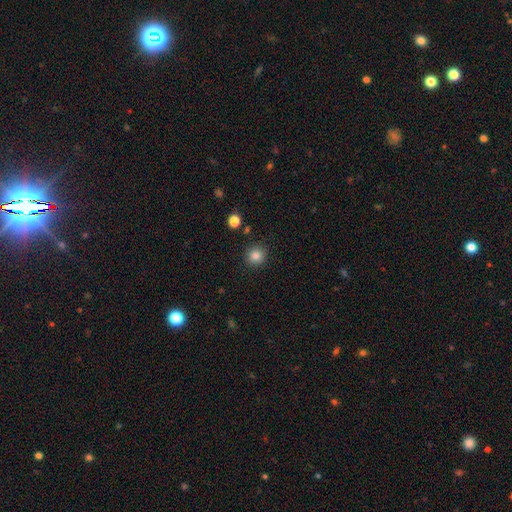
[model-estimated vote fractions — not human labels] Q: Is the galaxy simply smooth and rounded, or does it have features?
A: smooth — 85%.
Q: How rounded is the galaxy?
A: round — 93%.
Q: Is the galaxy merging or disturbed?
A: none — 90%.